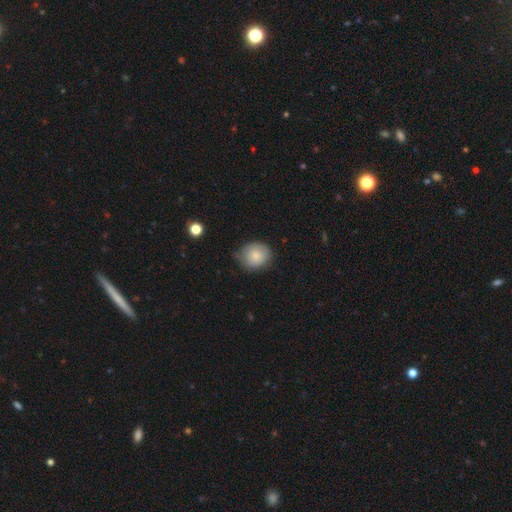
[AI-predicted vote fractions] Smooth or featured? smooth (82%)
How rounded? round (73%)
Merging? none (63%)